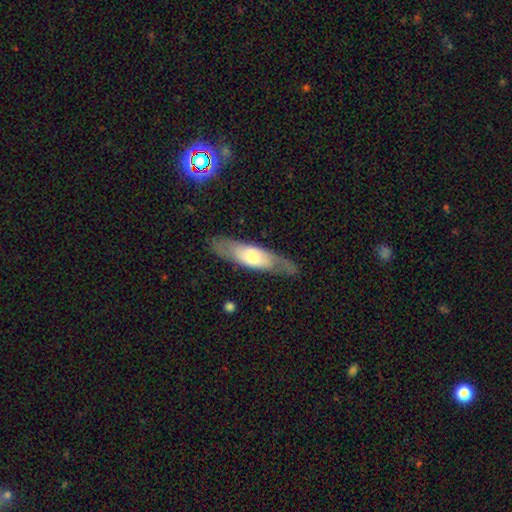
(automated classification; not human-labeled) smooth_or_featured: featured or disk (p=0.50) [alt: smooth p=0.45]
merging: none (p=0.76) [alt: minor disturbance p=0.16]